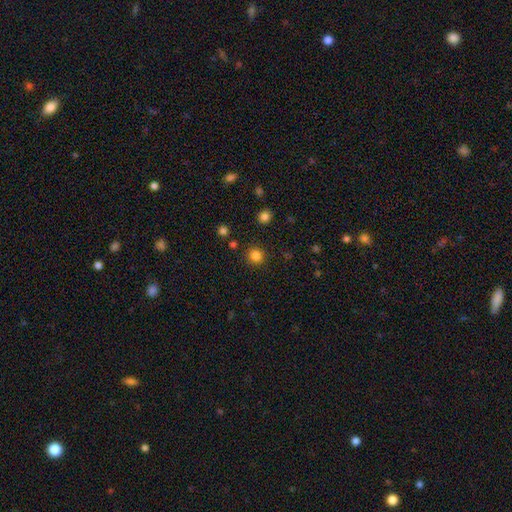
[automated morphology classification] A smooth galaxy with no disk features (82%) that is round (93%). Merging: none (90%).